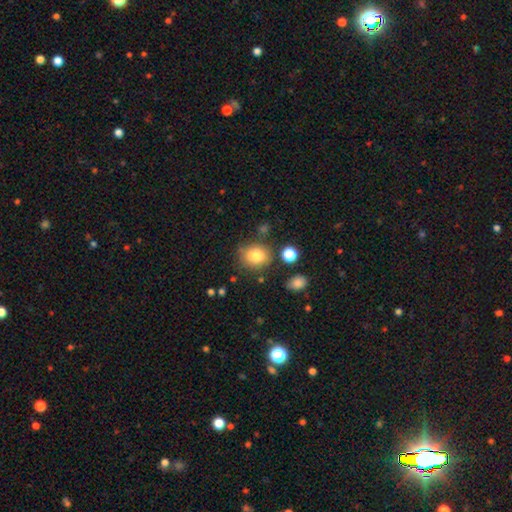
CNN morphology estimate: smooth_or_featured: smooth (p=0.80) [alt: star or artifact p=0.11]
how_rounded: round (p=0.66) [alt: in between p=0.33]
merging: none (p=0.75) [alt: minor disturbance p=0.14]